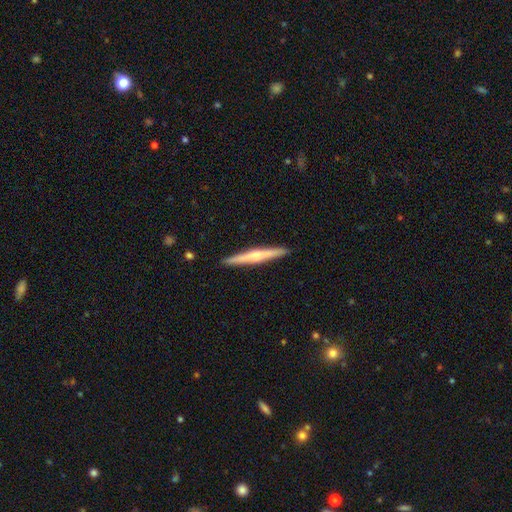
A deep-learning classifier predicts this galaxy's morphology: type=featured or disk (56%); edge-on=yes (98%); edge-on bulge=rounded (65%); merging=none (92%).